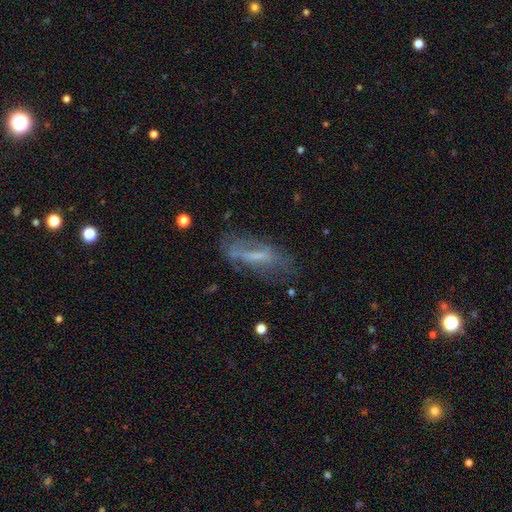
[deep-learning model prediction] This appears to be a featured or disk galaxy (51%). Merging: none (60%).